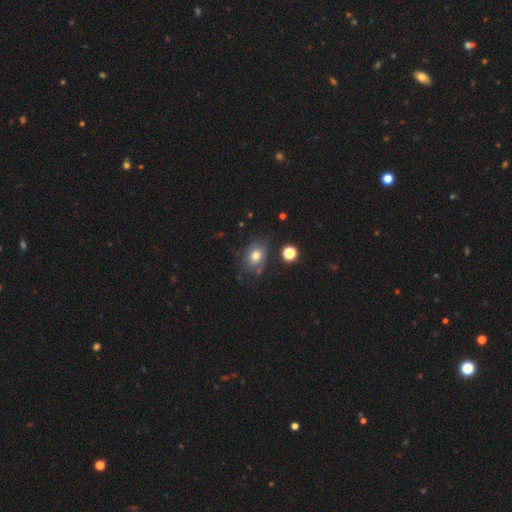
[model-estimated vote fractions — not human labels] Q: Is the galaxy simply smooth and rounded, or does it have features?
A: smooth — 73%.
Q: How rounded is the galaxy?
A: in between — 62%.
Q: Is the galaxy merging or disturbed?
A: none — 72%.